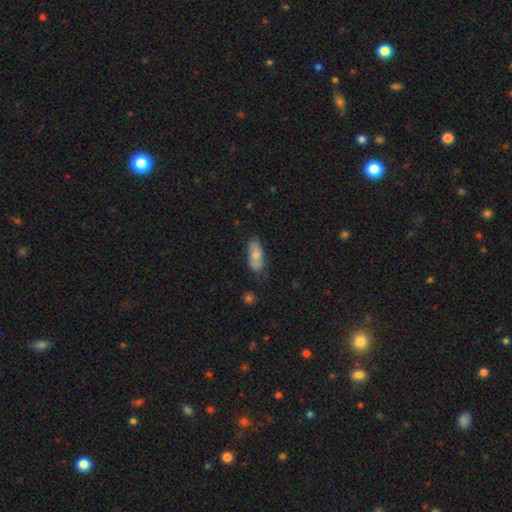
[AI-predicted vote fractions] smooth_or_featured: smooth (p=0.75) [alt: featured or disk p=0.19]
how_rounded: in between (p=0.84) [alt: cigar-shaped p=0.13]
merging: none (p=0.71) [alt: minor disturbance p=0.22]